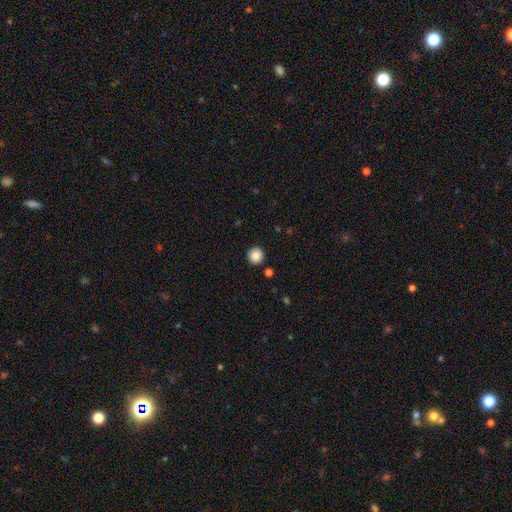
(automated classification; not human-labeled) This is clearly a smooth galaxy (87%). How rounded: clearly round (93%). Merging: clearly none (91%).